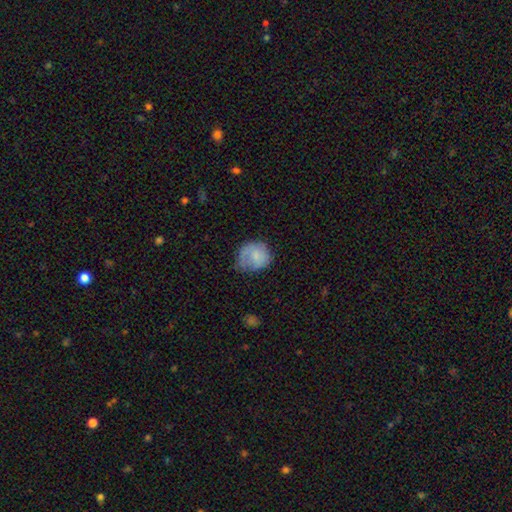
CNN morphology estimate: Smooth or featured: smooth — 68% (featured or disk — 24%)
How rounded: round — 73% (in between — 26%)
Merging: none — 47% (minor disturbance — 33%)